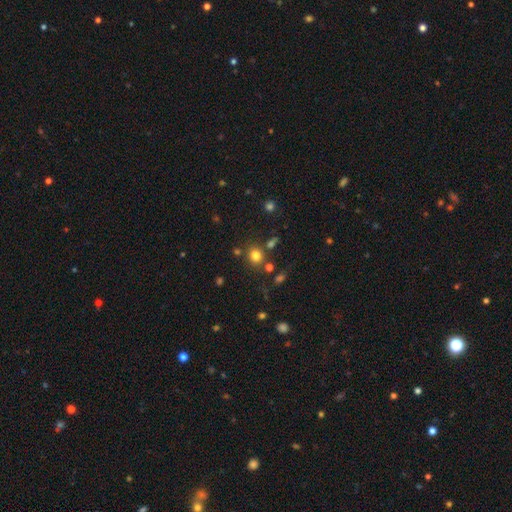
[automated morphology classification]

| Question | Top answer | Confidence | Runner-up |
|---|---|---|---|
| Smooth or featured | smooth | 77% | star or artifact (16%) |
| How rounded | round | 81% | in between (18%) |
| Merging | none | 77% | minor disturbance (10%) |